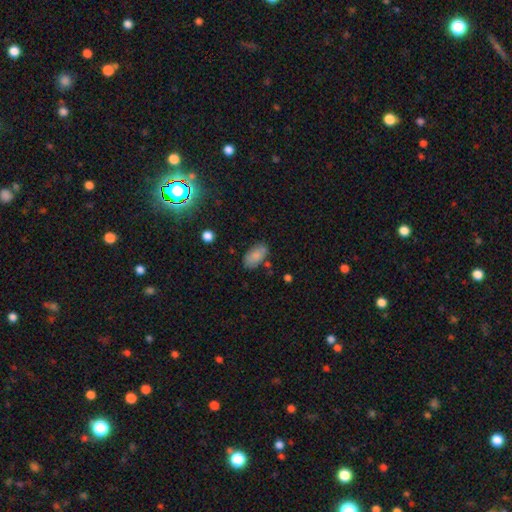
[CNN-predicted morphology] A smooth galaxy with no disk features (83%) that is in between round and cigar-shaped (93%).

Vote fractions:
- Smooth or featured? smooth: 83% / featured or disk: 9% / star or artifact: 8%
- How rounded? in between: 93% / round: 4% / cigar-shaped: 3%
- Merging? none: 77% / minor disturbance: 15% / merger: 4% / major disturbance: 4%